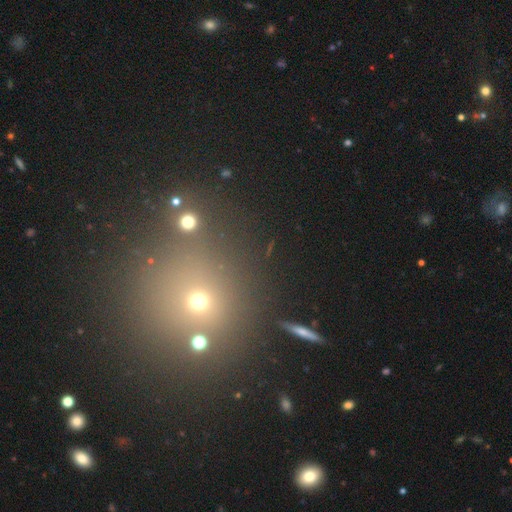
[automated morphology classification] type=star or artifact (48%).